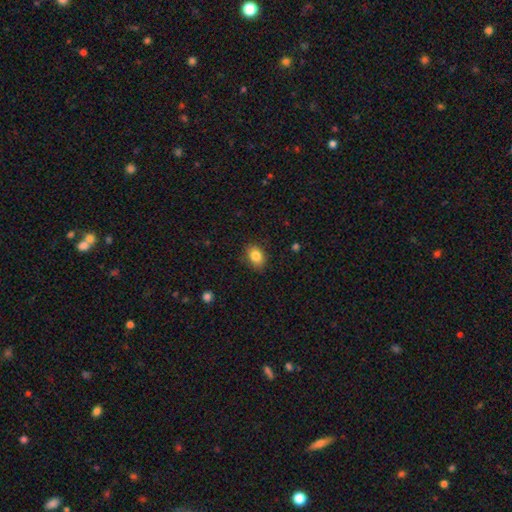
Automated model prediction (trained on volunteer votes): smooth_or_featured: smooth (p=0.84) [alt: star or artifact p=0.09]
how_rounded: in between (p=0.68) [alt: round p=0.31]
merging: none (p=0.85) [alt: minor disturbance p=0.11]